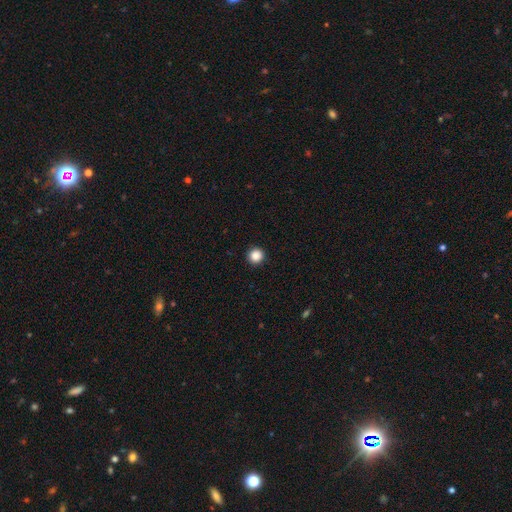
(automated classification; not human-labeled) Overall: smooth (87%). How rounded: round (96%). Merging: none (94%).